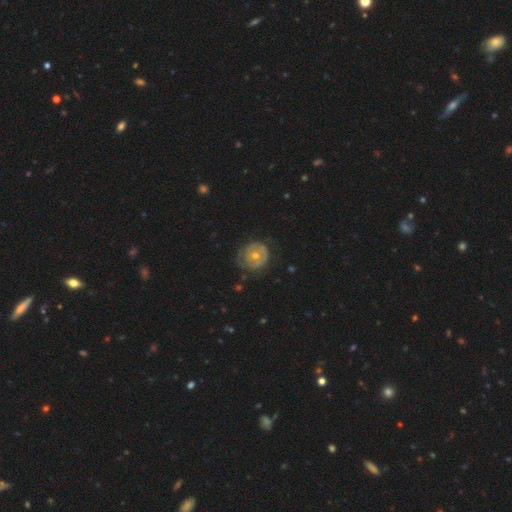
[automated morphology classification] smooth-or-featured: featured or disk: 56% | smooth: 38% | star or artifact: 6%
  disk-edge-on: no: 97% | yes: 3%
    bar: no: 84% | weak: 13% | strong: 3%
    has-spiral-arms: no: 54% | yes: 46%
    bulge-size: moderate: 61% | small: 35% | large: 2% | none: 1% | dominant: 1%
  merging: none: 62% | minor disturbance: 26% | major disturbance: 11% | merger: 2%